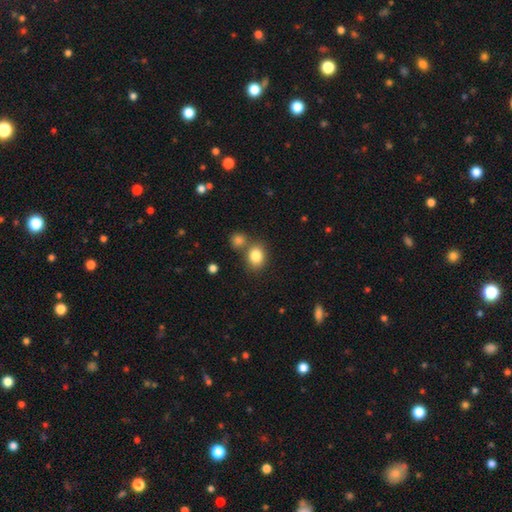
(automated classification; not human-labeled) smooth 83%, star or artifact 10%, featured or disk 7%. Down the decision tree: how rounded — round (60%); merging — none (63%).